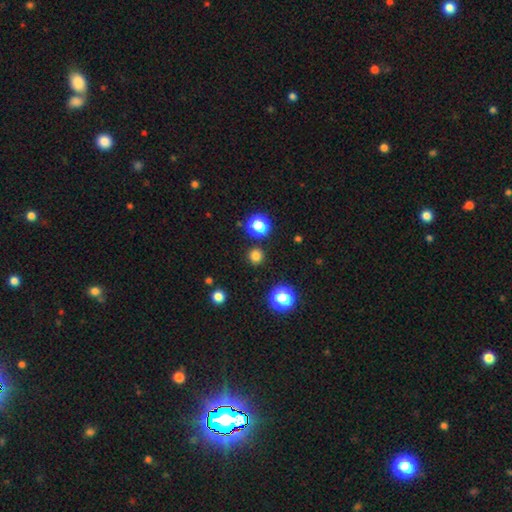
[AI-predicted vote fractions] smooth-or-featured: smooth: 78% | star or artifact: 19% | featured or disk: 4%
  how-rounded: round: 94% | in between: 5% | cigar-shaped: 1%
  merging: none: 90% | minor disturbance: 6% | merger: 2% | major disturbance: 2%